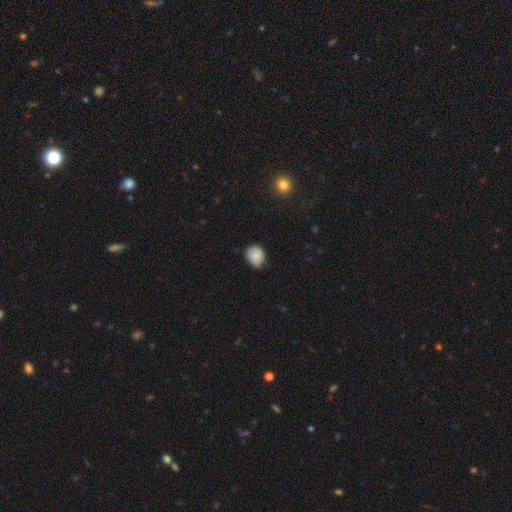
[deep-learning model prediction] This appears to be a smooth galaxy with no disk features (82%) that is round (64%). Merging: none (57%).